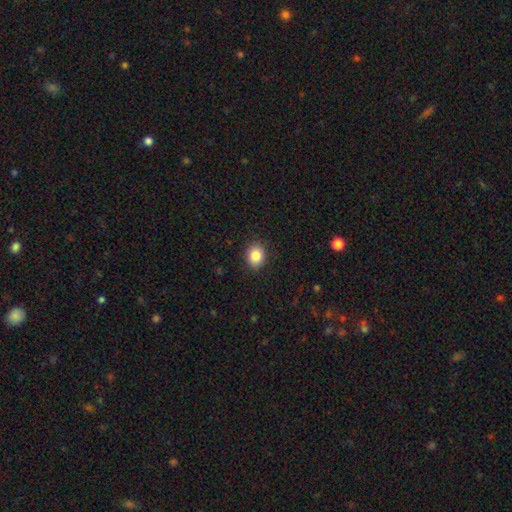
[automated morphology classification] The model was most divided on "how rounded": round: 52%, in between: 47%, cigar-shaped: 1%. More confident: merging — none (90%); smooth or featured — smooth (85%).